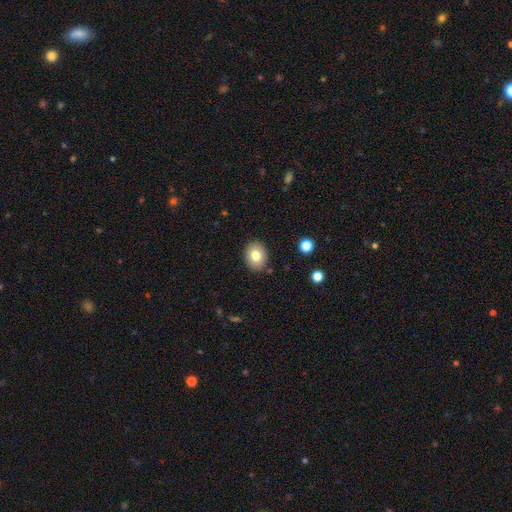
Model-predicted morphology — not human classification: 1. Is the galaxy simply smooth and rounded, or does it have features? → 79% smooth, 12% featured or disk, 9% star or artifact.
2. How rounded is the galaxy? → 57% in between, 42% round, 1% cigar-shaped.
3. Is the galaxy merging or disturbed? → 87% none, 9% minor disturbance, 2% major disturbance, 2% merger.